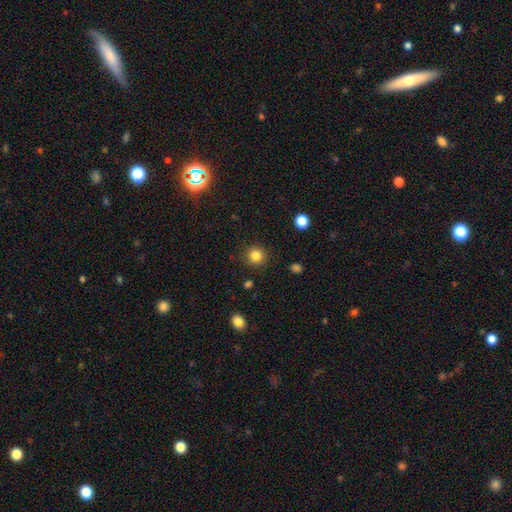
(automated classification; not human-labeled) smooth 83%, star or artifact 12%, featured or disk 5%. Down the decision tree: how rounded — round (92%); merging — none (89%).